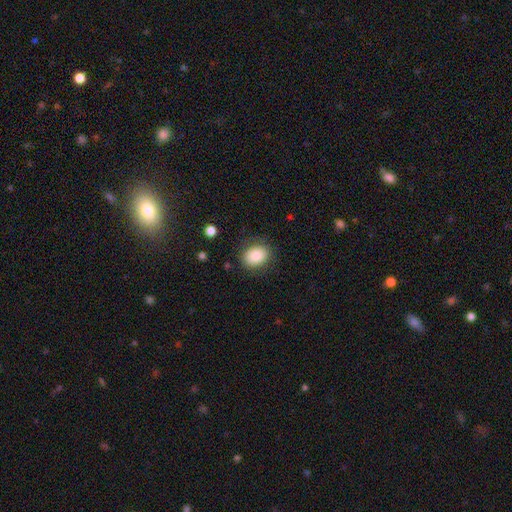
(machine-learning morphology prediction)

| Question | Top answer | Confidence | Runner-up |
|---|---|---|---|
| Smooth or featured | smooth | 85% | star or artifact (8%) |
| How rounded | in between | 60% | round (40%) |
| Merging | none | 82% | minor disturbance (12%) |